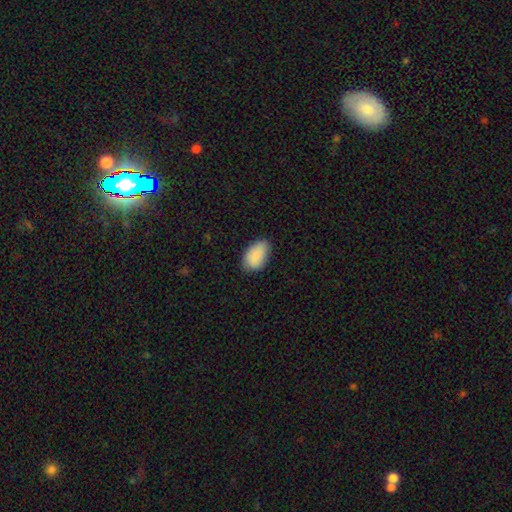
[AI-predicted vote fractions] Smooth or featured?
  - smooth: 88% *
  - star or artifact: 6%
  - featured or disk: 6%
How rounded?
  - in between: 93% *
  - round: 6%
  - cigar-shaped: 1%
Merging?
  - none: 75% *
  - minor disturbance: 20%
  - major disturbance: 3%
  - merger: 1%